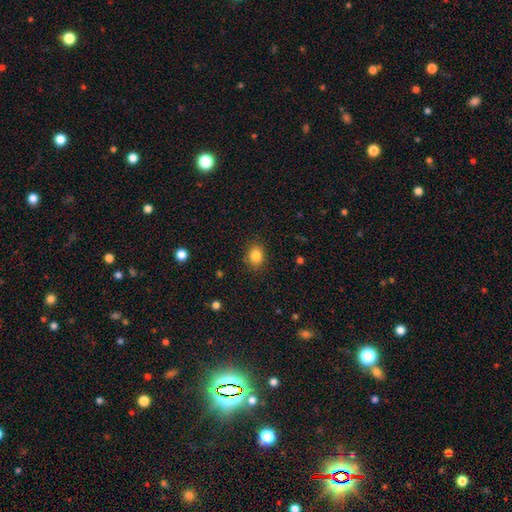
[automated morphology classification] smooth 84%, star or artifact 11%, featured or disk 6%. Down the decision tree: how rounded — round (51%); merging — none (85%).